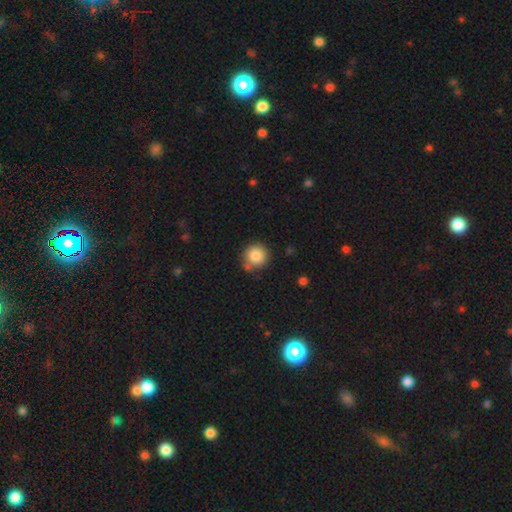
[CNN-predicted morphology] Overall: smooth (84%). How rounded: round (91%). Merging: none (74%).